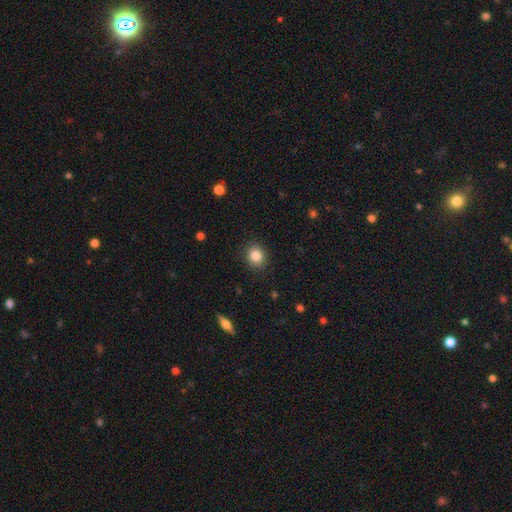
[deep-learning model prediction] Smooth or featured? smooth (85%)
How rounded? round (74%)
Merging? none (88%)